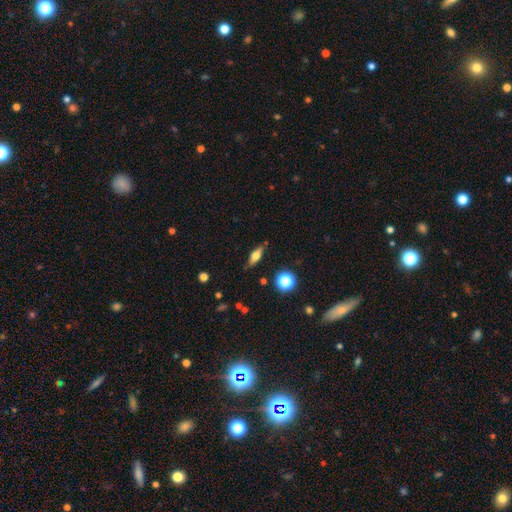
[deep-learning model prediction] Overall: smooth (51%; featured or disk 39%). How rounded: in between (57%; cigar-shaped 36%). Merging: none (83%).